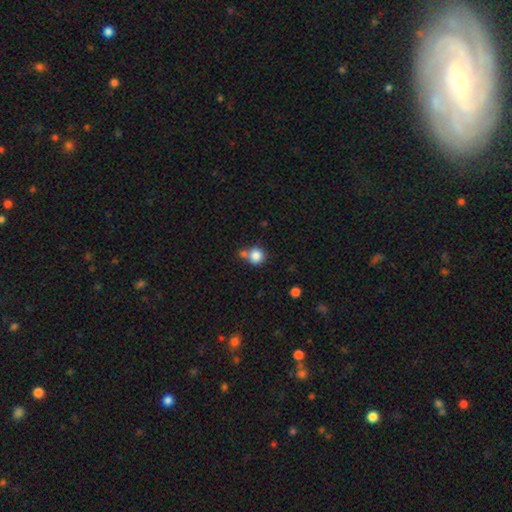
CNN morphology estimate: This appears to be a smooth galaxy with no disk features (84%) that is round (90%). Merging: none (57%).